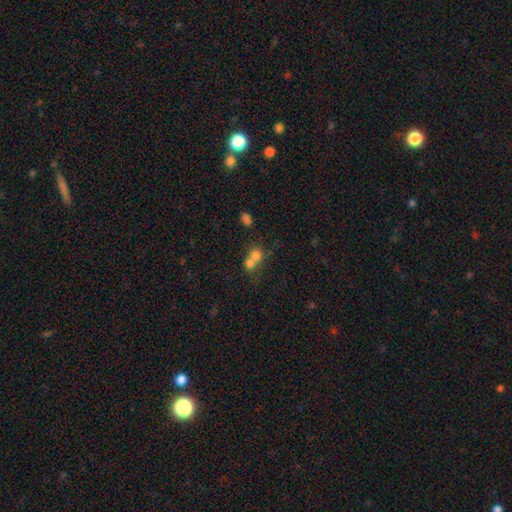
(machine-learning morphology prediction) Smooth or featured? smooth (74%)
How rounded? round (75%)
Merging? merger (65%)